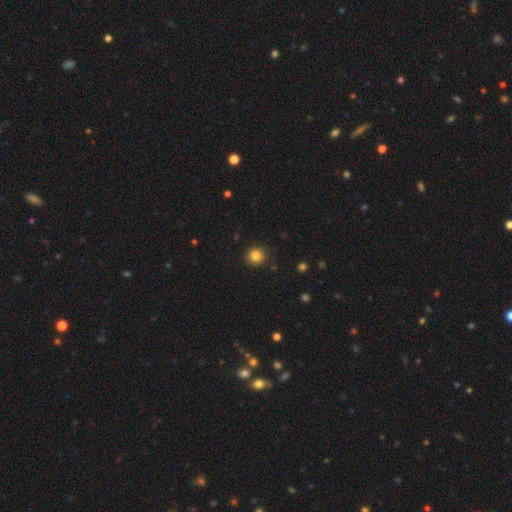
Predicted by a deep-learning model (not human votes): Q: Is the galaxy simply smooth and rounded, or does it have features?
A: smooth — 83%.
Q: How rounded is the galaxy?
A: round — 93%.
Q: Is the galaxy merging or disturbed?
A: none — 92%.